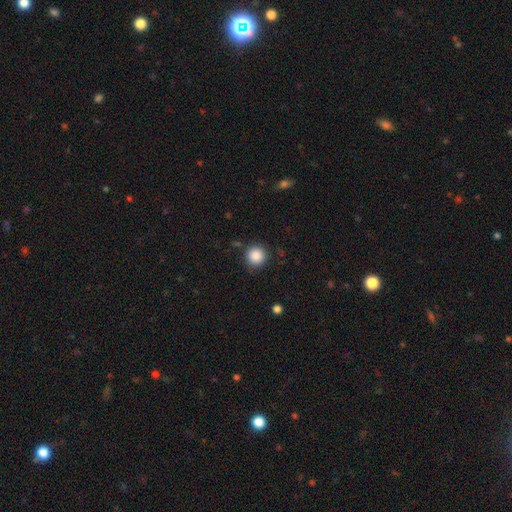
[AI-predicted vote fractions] smooth-or-featured: smooth: 87% | star or artifact: 10% | featured or disk: 3%
  how-rounded: round: 94% | in between: 5% | cigar-shaped: 1%
  merging: none: 86% | minor disturbance: 9% | major disturbance: 3% | merger: 2%